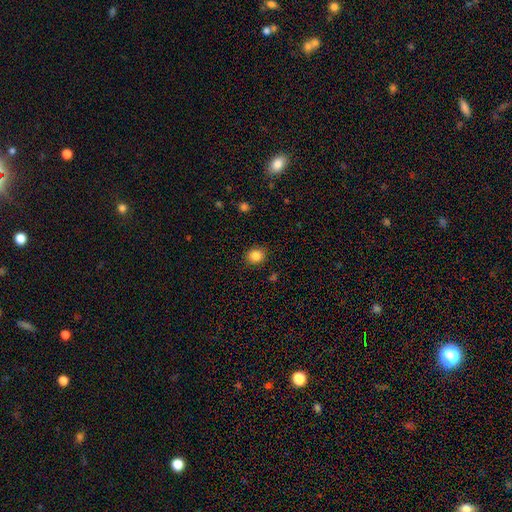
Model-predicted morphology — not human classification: smooth_or_featured: smooth (p=0.85) [alt: star or artifact p=0.10]
how_rounded: round (p=0.75) [alt: in between p=0.24]
merging: none (p=0.89) [alt: minor disturbance p=0.07]